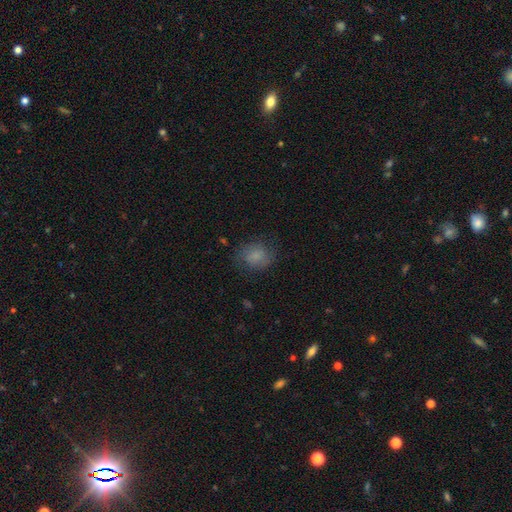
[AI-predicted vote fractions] Smooth or featured: smooth — 72% (featured or disk — 18%)
How rounded: round — 60% (in between — 39%)
Merging: none — 73% (minor disturbance — 18%)